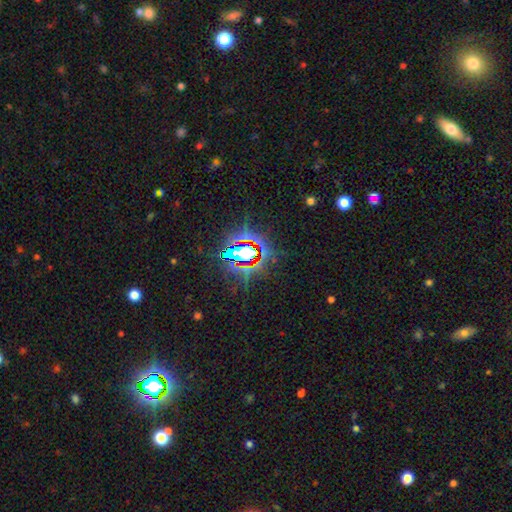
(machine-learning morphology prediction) star or artifact 77%, smooth 12%, featured or disk 11%.